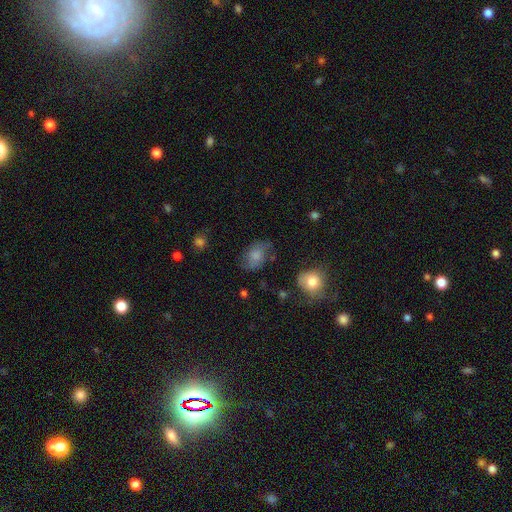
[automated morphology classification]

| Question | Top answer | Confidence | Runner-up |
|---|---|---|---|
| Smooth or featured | smooth | 66% | featured or disk (23%) |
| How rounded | in between | 78% | round (21%) |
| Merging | none | 58% | minor disturbance (28%) |